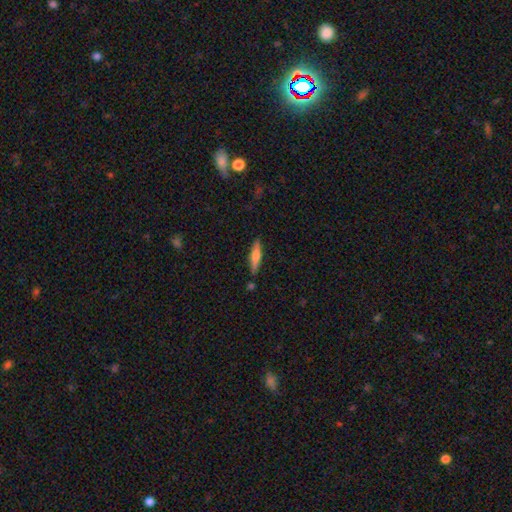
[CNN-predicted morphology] smooth 56%, featured or disk 37%, star or artifact 6%. Down the decision tree: how rounded — cigar-shaped (81%); merging — none (86%).